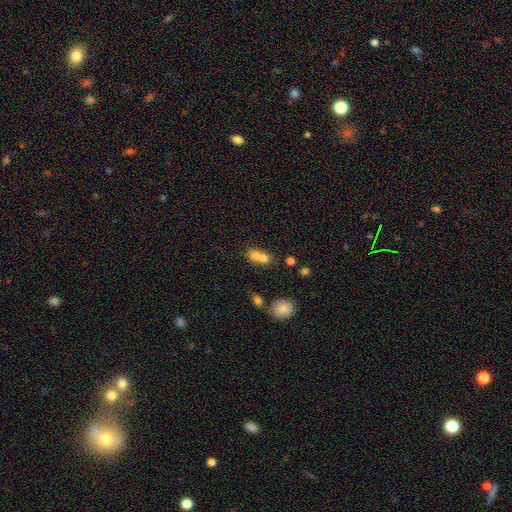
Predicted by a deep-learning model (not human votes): Q: Smooth or featured?
A: smooth (72%); runner-up: featured or disk (17%)
Q: How rounded?
A: round (62%); runner-up: in between (36%)
Q: Merging?
A: merger (68%); runner-up: none (24%)